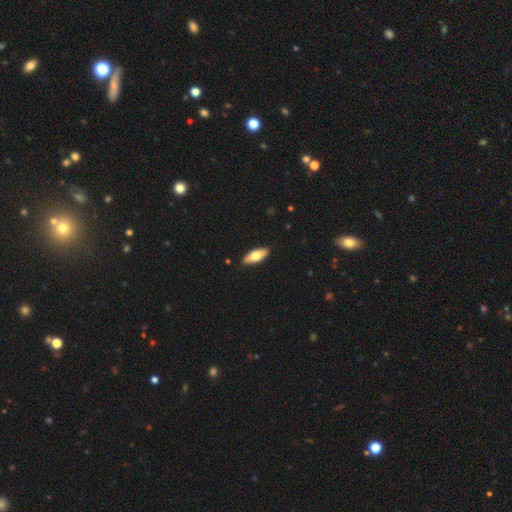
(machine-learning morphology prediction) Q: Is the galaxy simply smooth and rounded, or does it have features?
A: smooth — 69%.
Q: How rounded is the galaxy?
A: in between — 74%.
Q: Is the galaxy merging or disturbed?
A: none — 89%.